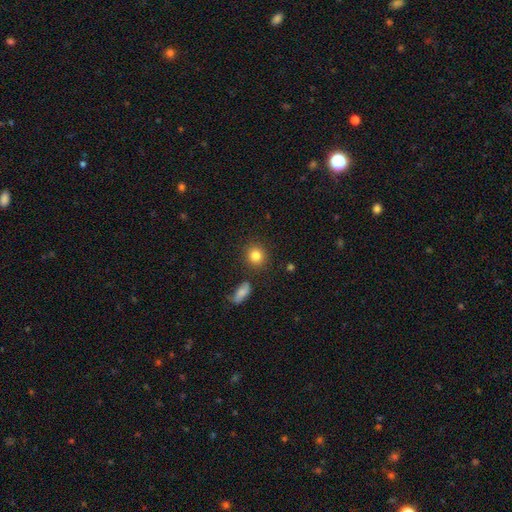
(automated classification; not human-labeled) The model was most divided on "how rounded": round: 83%, in between: 15%, cigar-shaped: 1%. More confident: merging — none (86%); smooth or featured — smooth (83%).